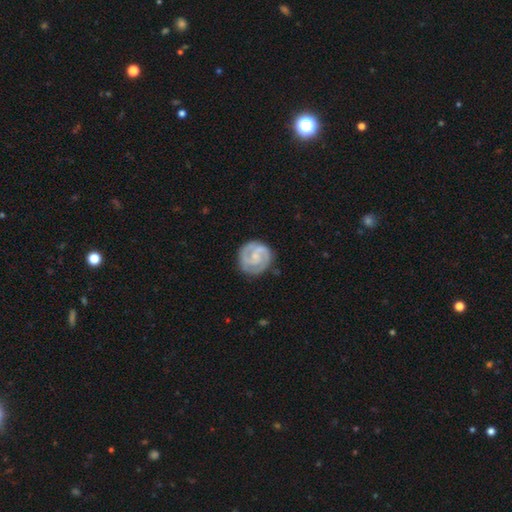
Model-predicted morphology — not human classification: A featured or disk galaxy (80%) with no bar (48%), 2 (72%) tight (55%) spiral arms (94%) and a small central bulge (54%).

Vote fractions:
- Smooth or featured? featured or disk: 80% / smooth: 16% / star or artifact: 5%
- Edge-on disk? no: 98% / yes: 2%
- Bar? no: 48% / weak: 43% / strong: 10%
- Spiral arms? yes: 94% / no: 6%
- Spiral winding? tight: 55% / medium: 37% / loose: 8%
- Spiral arm count? 2: 72% / 3: 11% / can't tell: 10% / 1: 3% / 4: 2% / more than 4: 2%
- Bulge size? small: 54% / moderate: 22% / none: 21% / large: 2% / dominant: 1%
- Merging? none: 80% / minor disturbance: 14% / major disturbance: 5% / merger: 1%